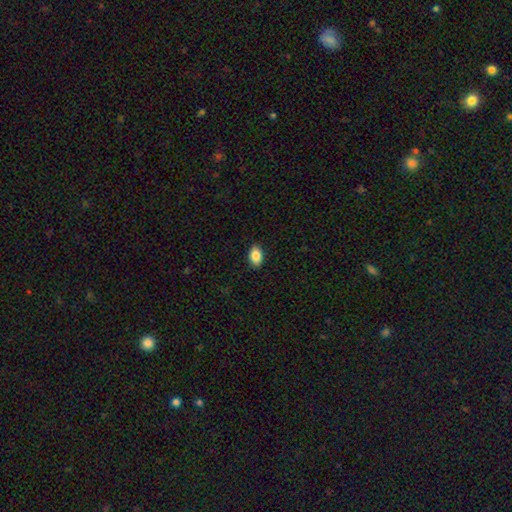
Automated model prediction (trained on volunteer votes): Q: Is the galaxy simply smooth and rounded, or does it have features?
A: smooth — 86%.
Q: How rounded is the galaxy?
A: in between — 87%.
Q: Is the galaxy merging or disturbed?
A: none — 90%.